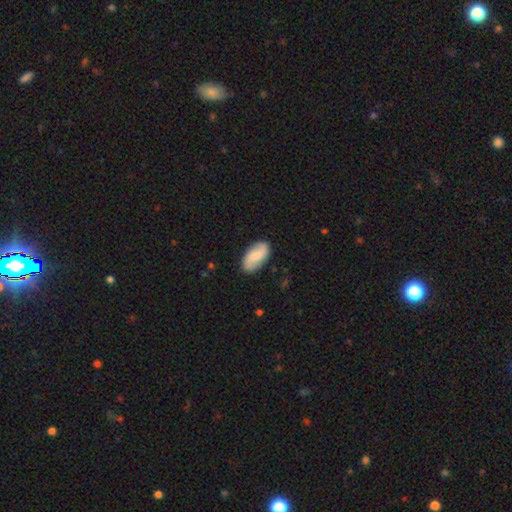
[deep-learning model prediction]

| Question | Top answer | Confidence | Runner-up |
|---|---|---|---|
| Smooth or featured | smooth | 62% | featured or disk (32%) |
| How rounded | in between | 94% | cigar-shaped (3%) |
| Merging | none | 85% | minor disturbance (11%) |